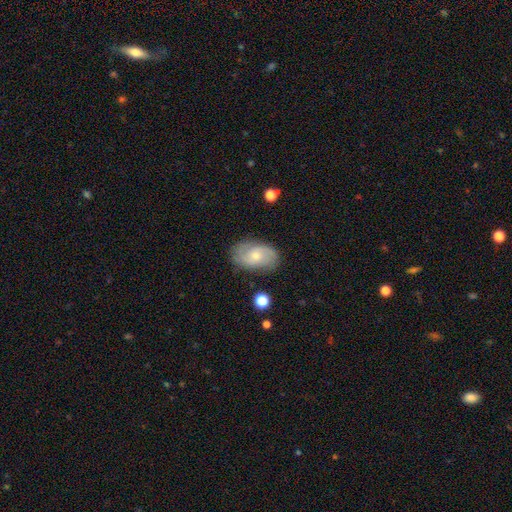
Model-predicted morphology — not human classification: type=featured or disk (64%); edge-on=no (96%); bar=no (70%); spiral arms=yes (89%); winding=medium (43%); arm count=2 (54%); bulge=small (61%); merging=none (78%).